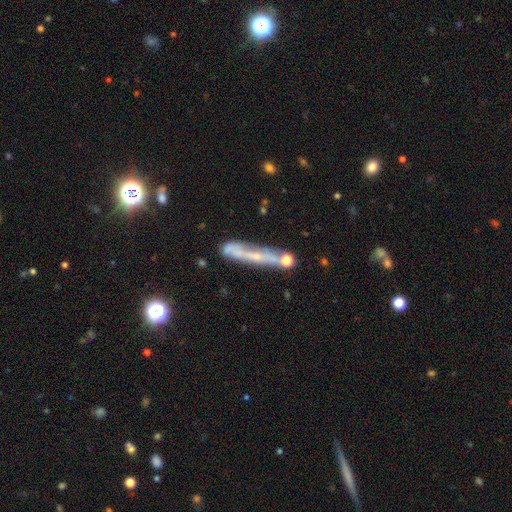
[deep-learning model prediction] featured or disk 53%, smooth 34%, star or artifact 12%. Down the decision tree: edge-on disk — yes (70%); merging — none (58%).